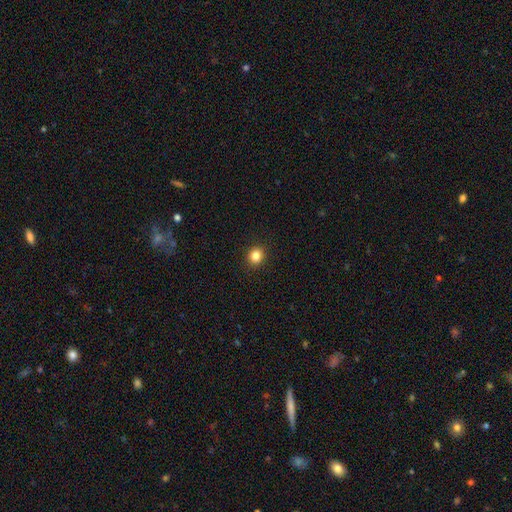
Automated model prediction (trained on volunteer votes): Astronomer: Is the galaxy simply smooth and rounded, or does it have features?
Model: smooth — 83%.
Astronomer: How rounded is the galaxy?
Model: round — 85%.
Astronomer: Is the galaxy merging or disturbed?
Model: none — 92%.